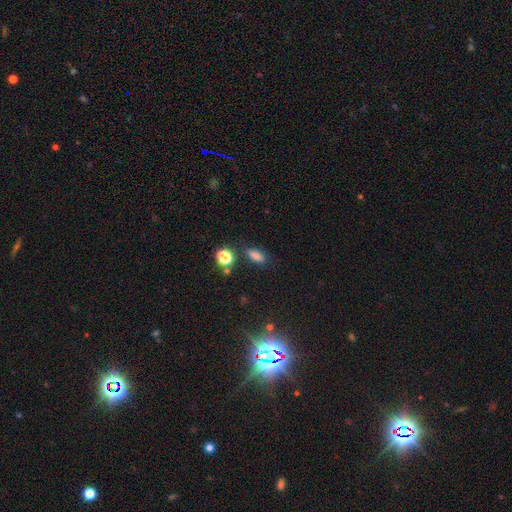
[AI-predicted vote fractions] Smooth or featured? smooth (80%)
How rounded? in between (75%)
Merging? none (78%)